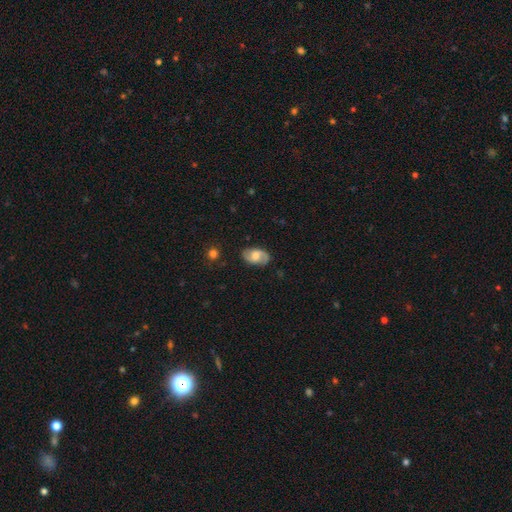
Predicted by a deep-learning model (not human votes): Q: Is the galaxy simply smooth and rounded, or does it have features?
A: featured or disk — 64%.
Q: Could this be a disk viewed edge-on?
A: no — 96%.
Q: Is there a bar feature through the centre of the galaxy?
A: no — 51%.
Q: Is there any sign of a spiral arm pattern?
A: yes — 91%.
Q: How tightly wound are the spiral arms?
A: medium — 46%.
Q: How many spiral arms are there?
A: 2 — 88%.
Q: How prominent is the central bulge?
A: moderate — 54%.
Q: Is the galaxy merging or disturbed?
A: none — 80%.